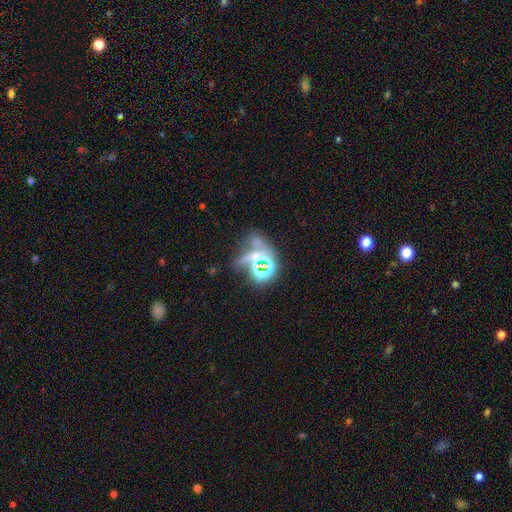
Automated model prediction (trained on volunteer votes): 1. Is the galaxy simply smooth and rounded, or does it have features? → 61% star or artifact, 21% smooth, 17% featured or disk.